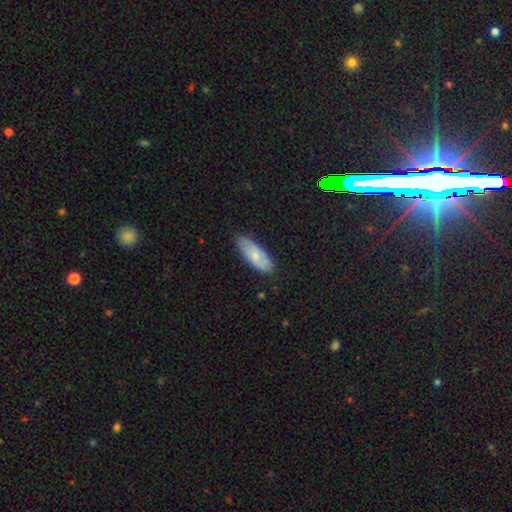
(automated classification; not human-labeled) Smooth or featured: smooth — 69% (featured or disk — 24%)
How rounded: in between — 72% (cigar-shaped — 26%)
Merging: none — 78% (minor disturbance — 18%)